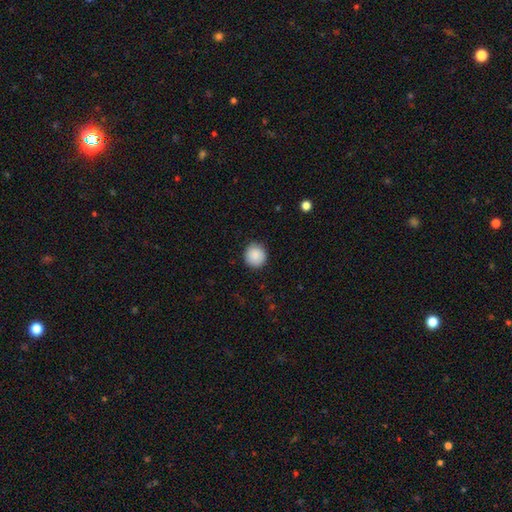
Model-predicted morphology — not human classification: A smooth galaxy with no disk features (89%) that is round (92%).

Vote fractions:
- Smooth or featured? smooth: 89% / star or artifact: 8% / featured or disk: 4%
- How rounded? round: 92% / in between: 7% / cigar-shaped: 1%
- Merging? none: 88% / minor disturbance: 9% / major disturbance: 2% / merger: 1%